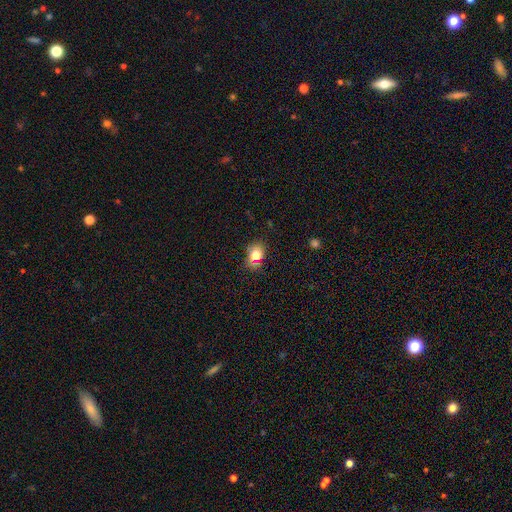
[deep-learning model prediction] This appears to be a smooth galaxy with no disk features (75%) that is in between round and cigar-shaped (60%). Merging: none (76%).